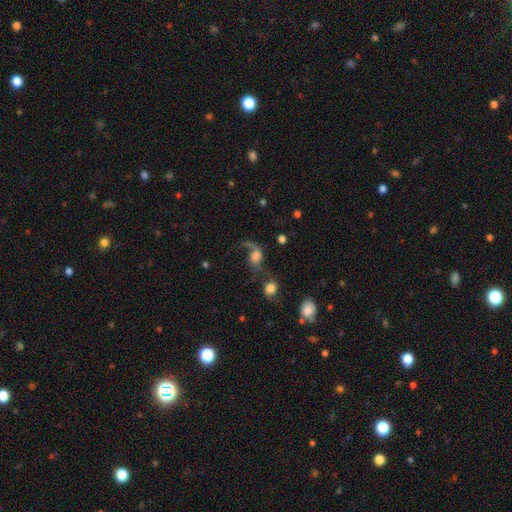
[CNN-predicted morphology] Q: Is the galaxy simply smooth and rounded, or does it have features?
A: featured or disk — 46%.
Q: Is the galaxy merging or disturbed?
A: major disturbance — 39%.